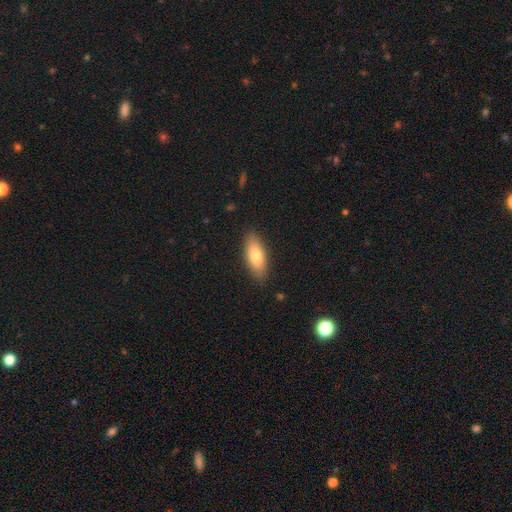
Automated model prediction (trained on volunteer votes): This appears to be a smooth galaxy with no disk features (74%) that is in between round and cigar-shaped (73%). Merging: none (87%).